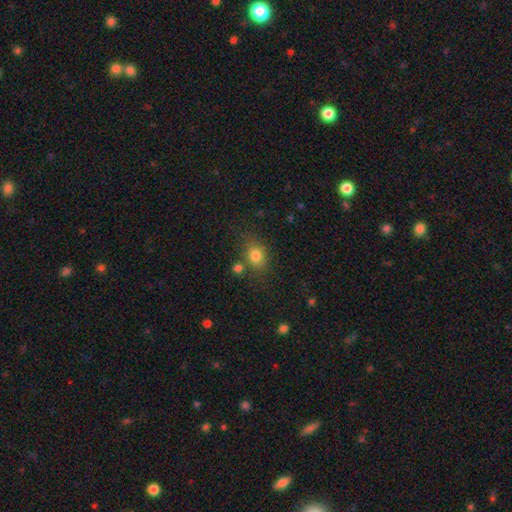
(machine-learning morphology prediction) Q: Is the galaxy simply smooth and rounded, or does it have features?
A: smooth — 80%.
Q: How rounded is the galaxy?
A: round — 52%.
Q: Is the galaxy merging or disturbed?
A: none — 66%.